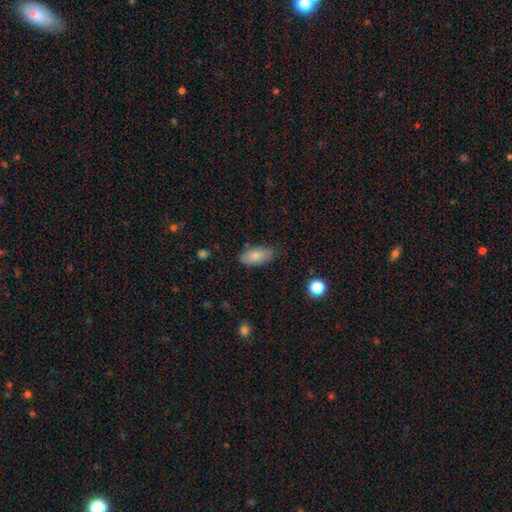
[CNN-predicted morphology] Overall: smooth (81%). How rounded: in between (91%). Merging: none (79%).